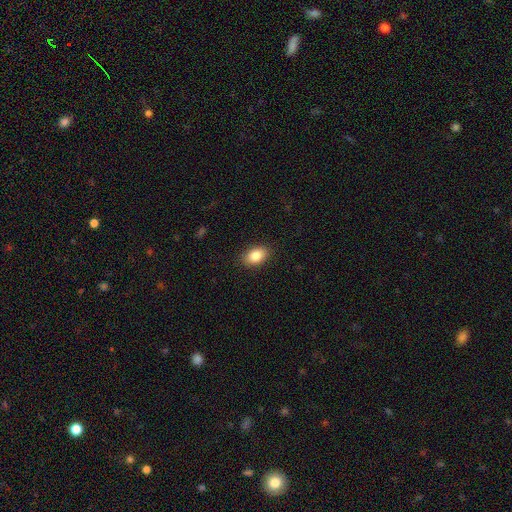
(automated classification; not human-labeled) Smooth or featured? Predicted: smooth (p=0.86). How rounded? Predicted: in between (p=0.89). Merging? Predicted: none (p=0.88).